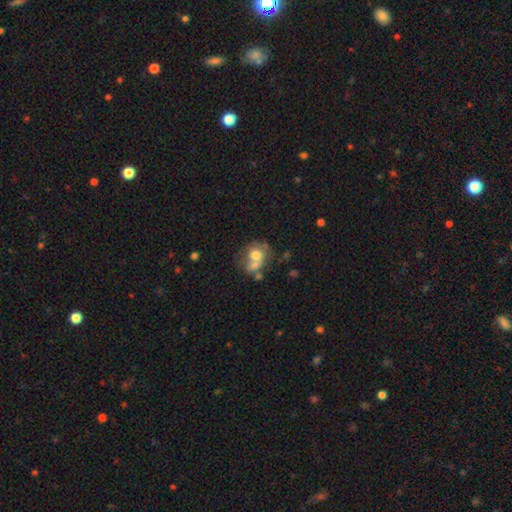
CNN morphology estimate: Smooth or featured?
  - smooth: 60% *
  - featured or disk: 30%
  - star or artifact: 10%
How rounded?
  - round: 59% *
  - in between: 40%
  - cigar-shaped: 1%
Merging?
  - merger: 41% *
  - none: 28%
  - minor disturbance: 16%
  - major disturbance: 15%